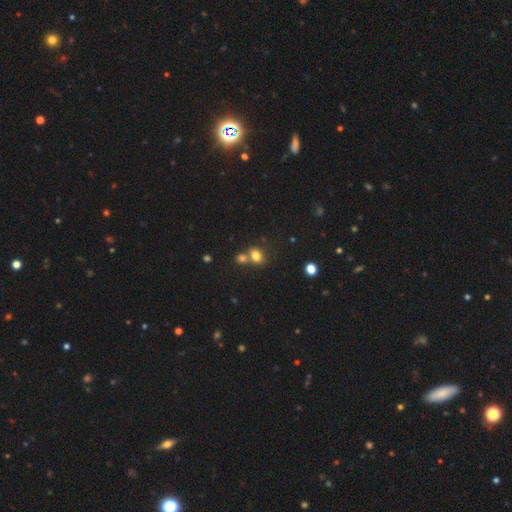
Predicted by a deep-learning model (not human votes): Smooth or featured: smooth — 77% (star or artifact — 14%)
How rounded: in between — 53% (round — 46%)
Merging: merger — 44% (none — 43%)